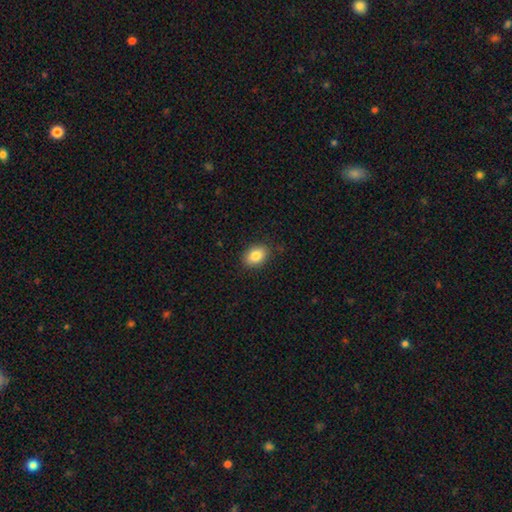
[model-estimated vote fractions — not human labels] Smooth or featured: smooth — 85% (star or artifact — 8%)
How rounded: in between — 79% (round — 20%)
Merging: none — 87% (minor disturbance — 10%)